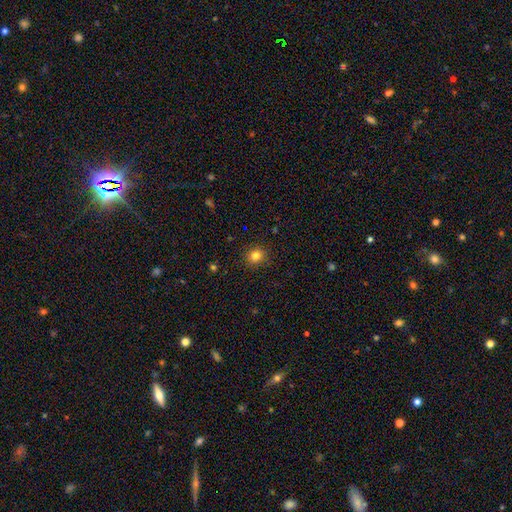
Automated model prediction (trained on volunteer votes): A smooth galaxy with no disk features (82%) that is round (85%). Merging: none (90%).